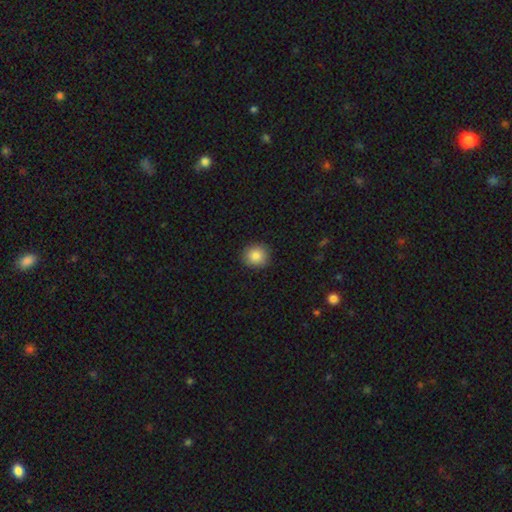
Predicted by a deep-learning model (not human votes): A smooth galaxy with no disk features (85%) that is round (89%).

Vote fractions:
- Smooth or featured? smooth: 85% / star or artifact: 9% / featured or disk: 6%
- How rounded? round: 89% / in between: 10% / cigar-shaped: 1%
- Merging? none: 91% / minor disturbance: 7% / major disturbance: 2% / merger: 1%